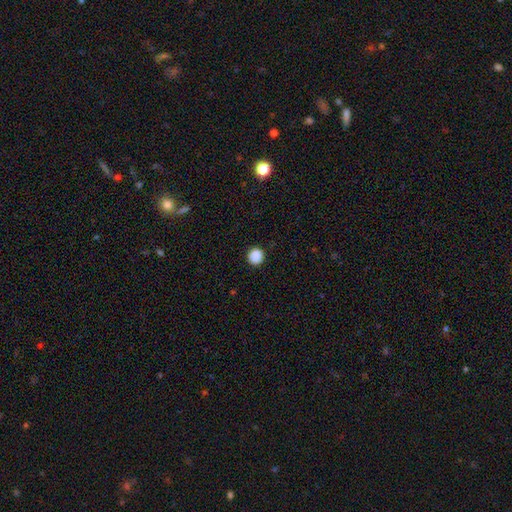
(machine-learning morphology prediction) smooth_or_featured: smooth (p=0.88) [alt: star or artifact p=0.09]
how_rounded: round (p=0.92) [alt: in between p=0.07]
merging: none (p=0.91) [alt: minor disturbance p=0.06]